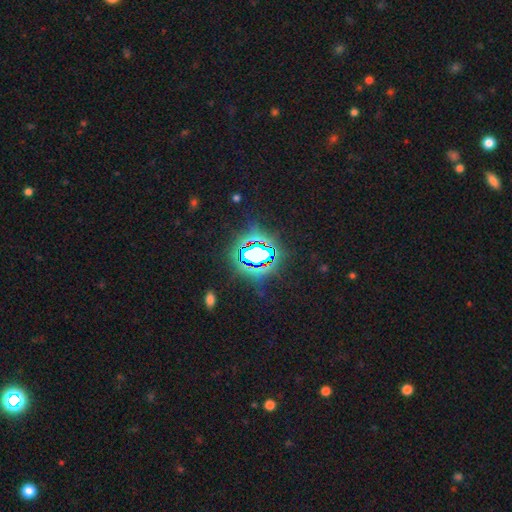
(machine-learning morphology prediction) A star or artifact, not a galaxy (73%).